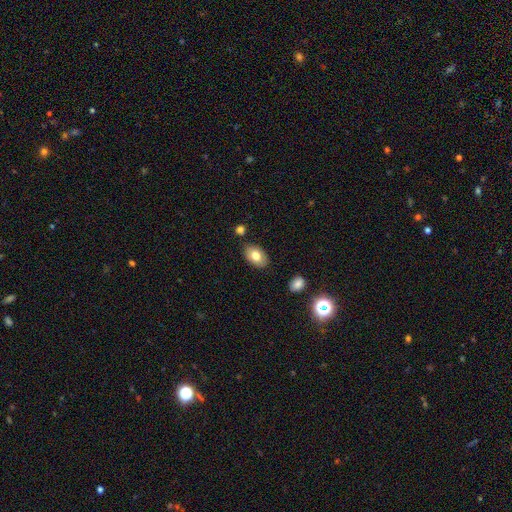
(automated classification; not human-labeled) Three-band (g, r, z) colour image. It shows a smooth galaxy with no disk features (78%) that is in between round and cigar-shaped (90%). Merging: none (84%).